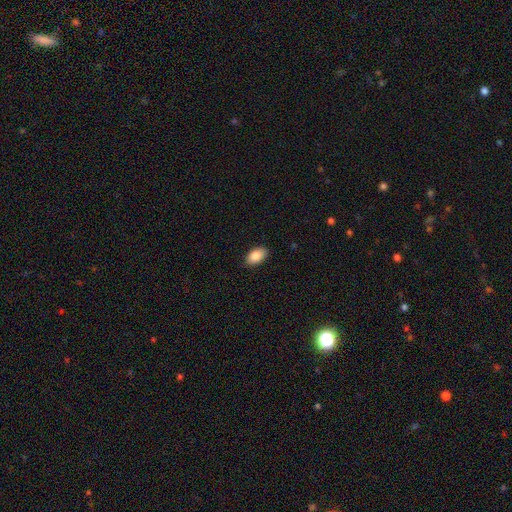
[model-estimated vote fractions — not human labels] smooth-or-featured: smooth: 88% | star or artifact: 7% | featured or disk: 5%
  how-rounded: in between: 93% | round: 5% | cigar-shaped: 2%
  merging: none: 88% | minor disturbance: 9% | major disturbance: 2% | merger: 1%